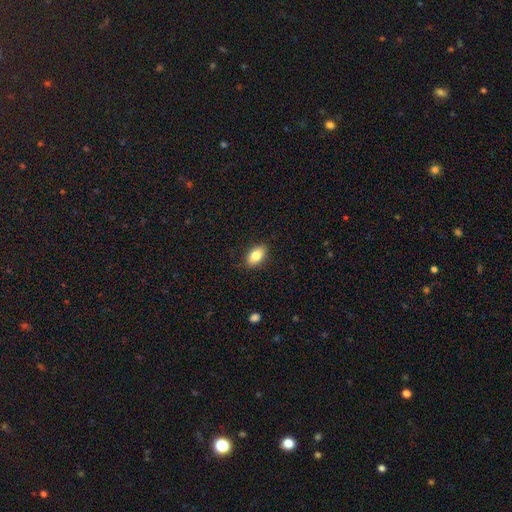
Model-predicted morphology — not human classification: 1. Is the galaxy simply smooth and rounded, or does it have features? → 82% smooth, 10% featured or disk, 8% star or artifact.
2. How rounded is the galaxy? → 90% in between, 7% round, 3% cigar-shaped.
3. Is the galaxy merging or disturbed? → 87% none, 10% minor disturbance, 2% major disturbance, 1% merger.